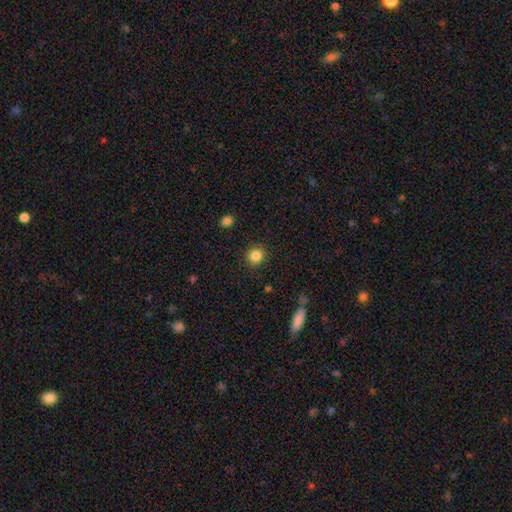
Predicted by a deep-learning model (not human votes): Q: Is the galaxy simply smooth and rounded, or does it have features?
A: smooth — 85%.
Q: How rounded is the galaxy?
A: round — 89%.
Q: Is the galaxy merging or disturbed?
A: none — 90%.